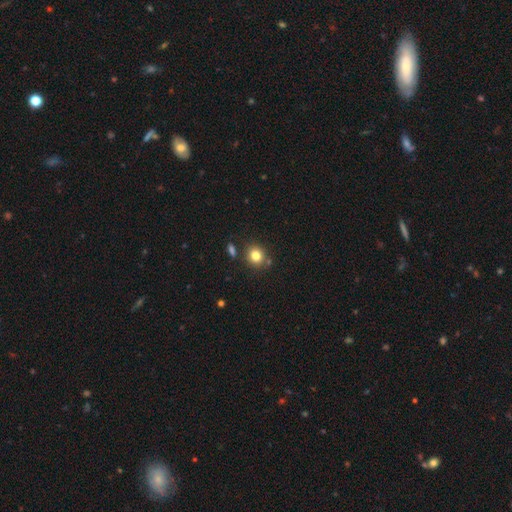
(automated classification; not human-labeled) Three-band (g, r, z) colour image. It shows a smooth galaxy with no disk features (81%) that is round (82%). Merging: none (79%).